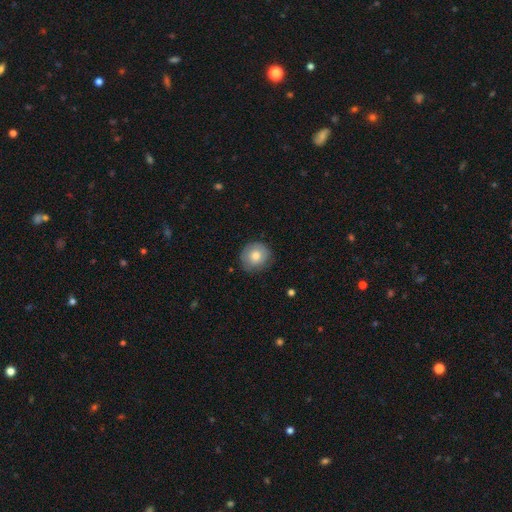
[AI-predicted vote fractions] This is likely a smooth galaxy (75%). How rounded: clearly round (89%). Merging: likely none (79%).